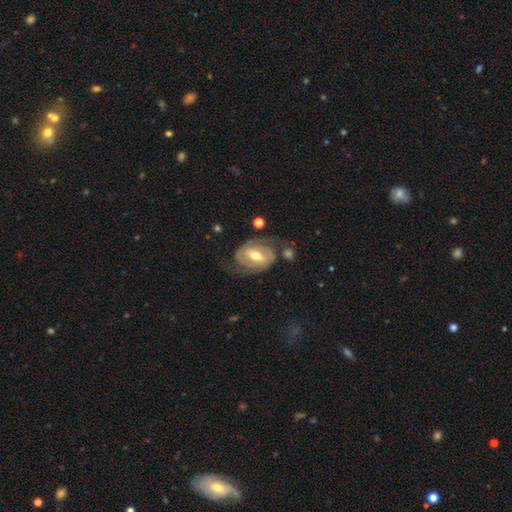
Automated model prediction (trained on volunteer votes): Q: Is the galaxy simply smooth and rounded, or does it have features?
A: featured or disk — 84%.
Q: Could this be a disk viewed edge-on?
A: no — 96%.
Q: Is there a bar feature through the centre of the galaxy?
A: strong — 43%.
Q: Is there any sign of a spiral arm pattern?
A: yes — 91%.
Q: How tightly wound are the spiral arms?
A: tight — 45%.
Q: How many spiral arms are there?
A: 2 — 85%.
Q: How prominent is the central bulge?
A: moderate — 73%.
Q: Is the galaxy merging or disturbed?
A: none — 66%.